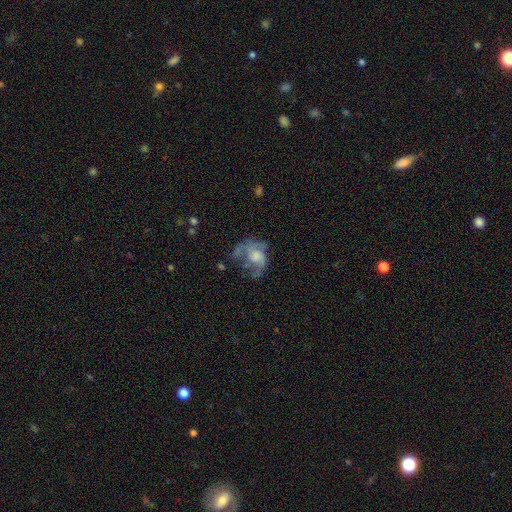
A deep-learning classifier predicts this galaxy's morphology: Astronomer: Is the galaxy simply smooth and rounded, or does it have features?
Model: featured or disk — 56% (runner-up: smooth, 33%).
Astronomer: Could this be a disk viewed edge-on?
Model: no — 97%.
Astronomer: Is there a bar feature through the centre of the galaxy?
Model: no — 79%.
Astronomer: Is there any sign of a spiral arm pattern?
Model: no — 52% (runner-up: yes, 48%).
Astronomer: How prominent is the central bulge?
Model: moderate — 40% (runner-up: large, 22%).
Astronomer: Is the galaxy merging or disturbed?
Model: major disturbance — 40% (runner-up: none, 35%).